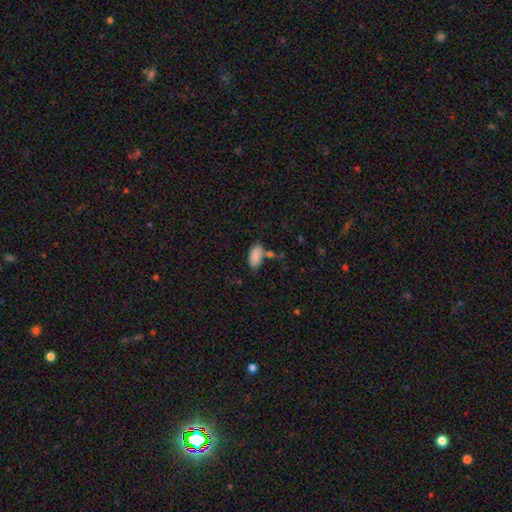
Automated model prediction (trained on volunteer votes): This is clearly a smooth galaxy (87%). How rounded: clearly in between (93%). Merging: likely none (64%).